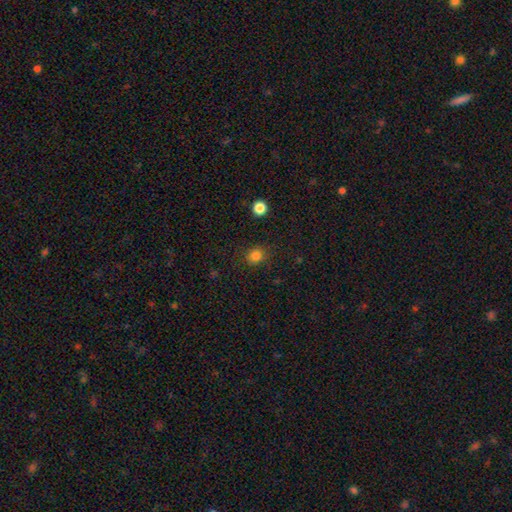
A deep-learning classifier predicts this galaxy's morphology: The model was most divided on "how rounded": round: 73%, in between: 26%, cigar-shaped: 1%. More confident: merging — none (84%); smooth or featured — smooth (83%).